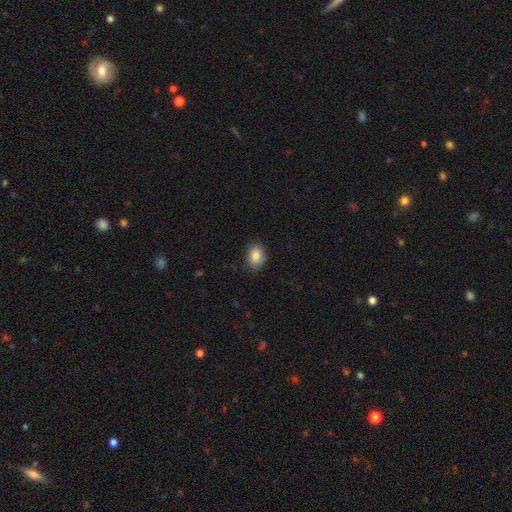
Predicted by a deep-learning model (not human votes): This is clearly a smooth galaxy (86%). How rounded: likely in between (77%). Merging: clearly none (83%).